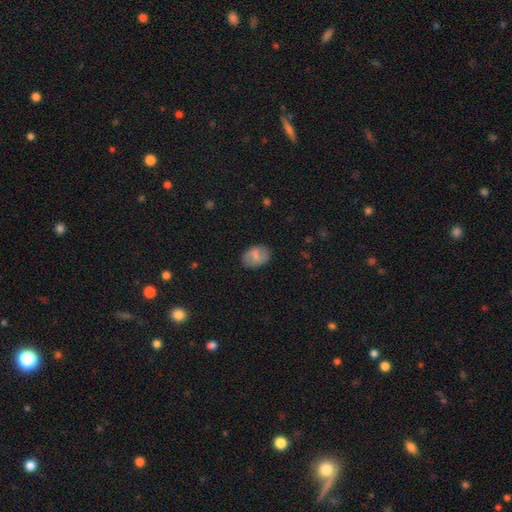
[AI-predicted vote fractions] Smooth or featured?
  - smooth: 66% *
  - featured or disk: 27%
  - star or artifact: 8%
How rounded?
  - in between: 78% *
  - round: 21%
  - cigar-shaped: 1%
Merging?
  - none: 82% *
  - minor disturbance: 13%
  - major disturbance: 4%
  - merger: 1%